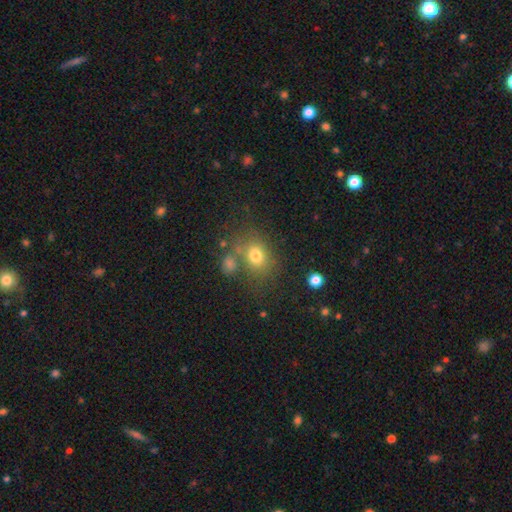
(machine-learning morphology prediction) smooth_or_featured: smooth (p=0.73) [alt: star or artifact p=0.15]
how_rounded: in between (p=0.52) [alt: round p=0.47]
merging: none (p=0.63) [alt: minor disturbance p=0.16]